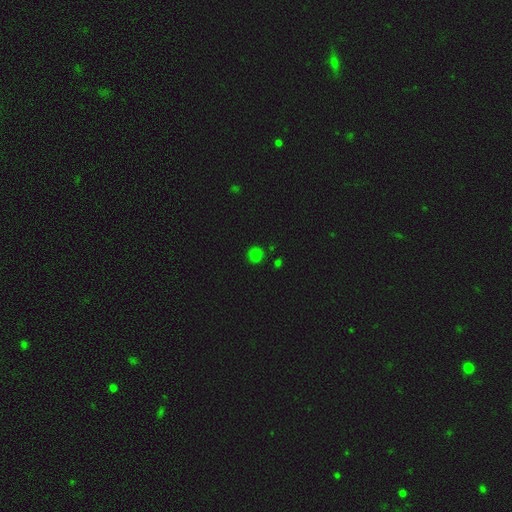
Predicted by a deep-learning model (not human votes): smooth 76%, star or artifact 19%, featured or disk 5%. Down the decision tree: how rounded — round (91%); merging — none (84%).